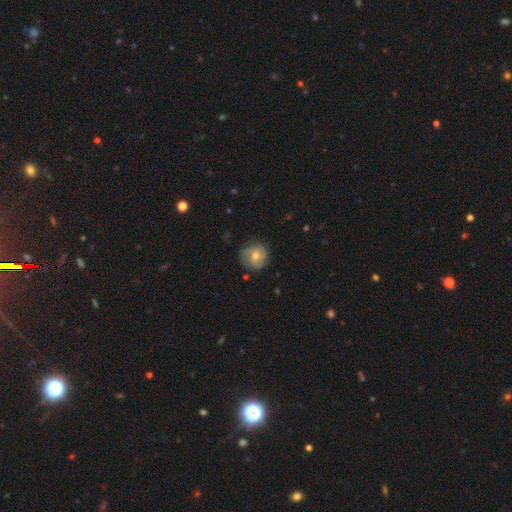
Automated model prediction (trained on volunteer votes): Overall: featured or disk (59%; smooth 32%). Edge-on disk: no (97%). Bar: no (73%). Spiral arms: yes (88%). Spiral arm count: 3 (38%; can't tell 24%). Spiral winding: tight (47%; medium 39%). Bulge size: moderate (63%; small 31%). Merging: none (77%).